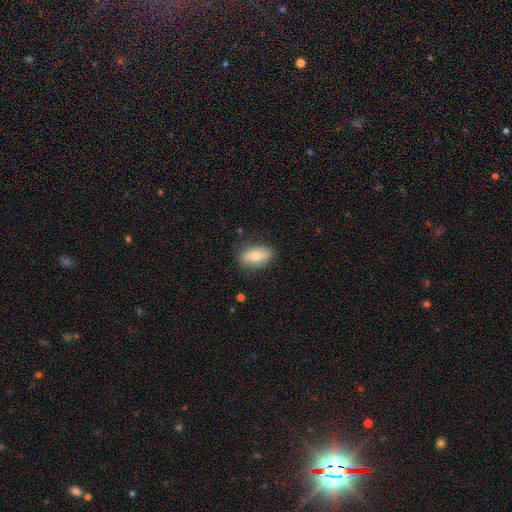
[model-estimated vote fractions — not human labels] Overall: smooth (67%). How rounded: in between (89%). Merging: none (81%).